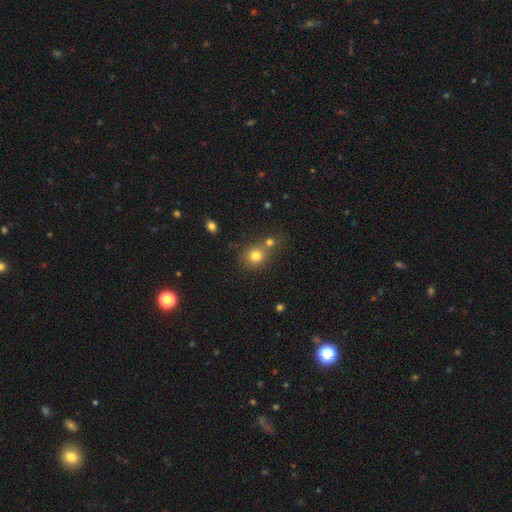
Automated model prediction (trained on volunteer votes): A smooth galaxy with no disk features (78%) that is round (81%).

Vote fractions:
- Smooth or featured? smooth: 78% / star or artifact: 14% / featured or disk: 9%
- How rounded? round: 81% / in between: 18% / cigar-shaped: 1%
- Merging? none: 53% / merger: 35% / minor disturbance: 9% / major disturbance: 3%